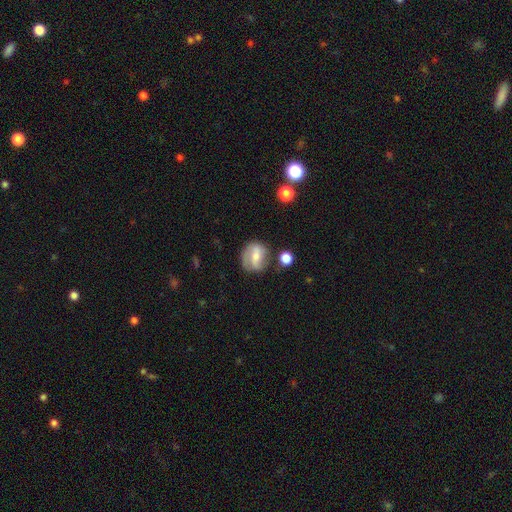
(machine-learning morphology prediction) smooth-or-featured: featured or disk: 54% | smooth: 38% | star or artifact: 8%
  disk-edge-on: no: 96% | yes: 4%
    bar: weak: 41% | strong: 34% | no: 26%
    has-spiral-arms: yes: 76% | no: 24%
    bulge-size: moderate: 44% | small: 41% | none: 8% | large: 6% | dominant: 2%
  merging: none: 64% | minor disturbance: 21% | major disturbance: 9% | merger: 6%